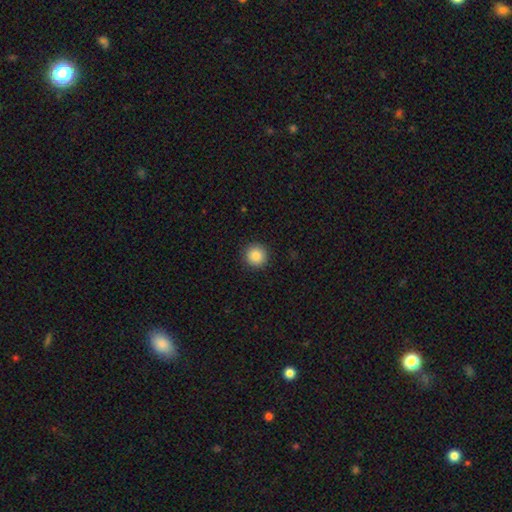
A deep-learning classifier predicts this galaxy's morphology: A smooth galaxy with no disk features (86%) that is round (95%).

Vote fractions:
- Smooth or featured? smooth: 86% / star or artifact: 9% / featured or disk: 4%
- How rounded? round: 95% / in between: 4% / cigar-shaped: 1%
- Merging? none: 92% / minor disturbance: 5% / major disturbance: 2% / merger: 1%